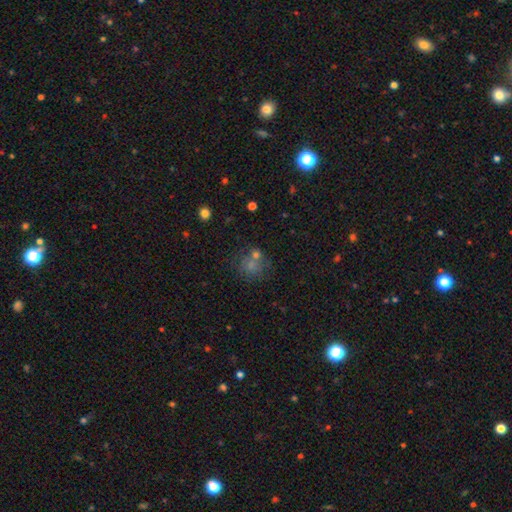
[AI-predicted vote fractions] Morphology: type=smooth (62%); roundness=round (84%); merging=none (57%).